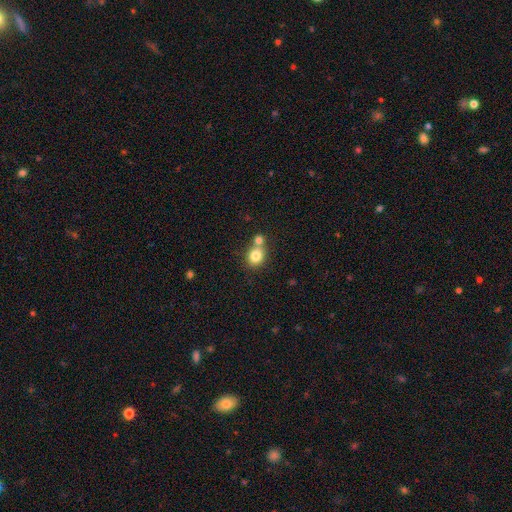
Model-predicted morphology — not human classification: type=smooth (81%); roundness=round (74%); merging=none (49%).